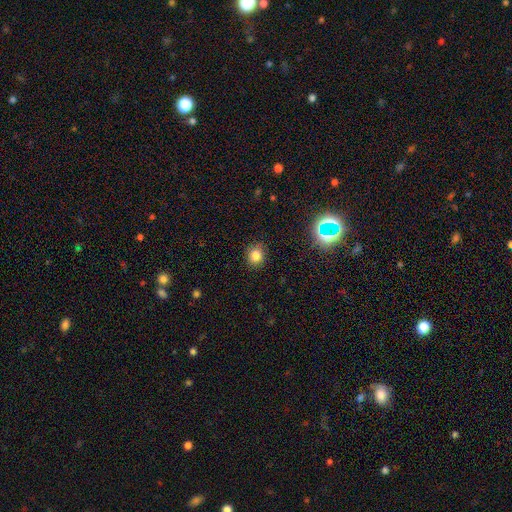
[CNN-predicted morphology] smooth 80%, star or artifact 14%, featured or disk 6%. Down the decision tree: how rounded — round (80%); merging — none (86%).